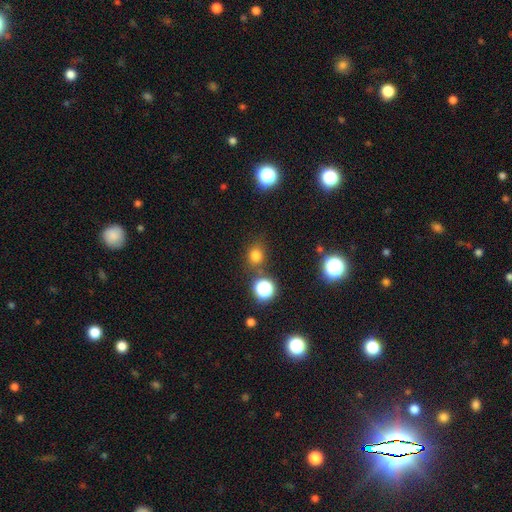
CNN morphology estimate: This is likely a smooth galaxy (74%). How rounded: likely round (78%). Merging: likely none (78%).